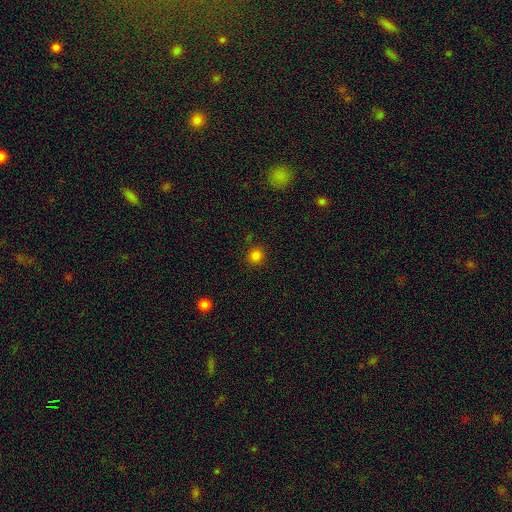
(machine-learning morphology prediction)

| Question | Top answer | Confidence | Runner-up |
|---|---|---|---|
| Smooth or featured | smooth | 81% | star or artifact (15%) |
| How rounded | round | 92% | in between (7%) |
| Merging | none | 86% | minor disturbance (8%) |